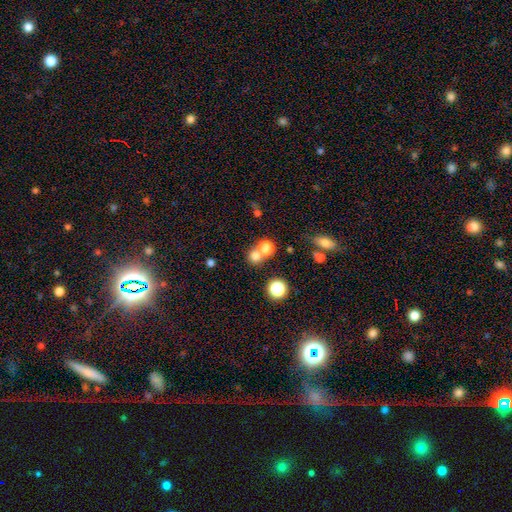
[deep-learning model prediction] A smooth galaxy with no disk features (73%) that is round (86%).

Vote fractions:
- Smooth or featured? smooth: 73% / star or artifact: 19% / featured or disk: 9%
- How rounded? round: 86% / in between: 13% / cigar-shaped: 1%
- Merging? none: 54% / merger: 36% / minor disturbance: 7% / major disturbance: 3%